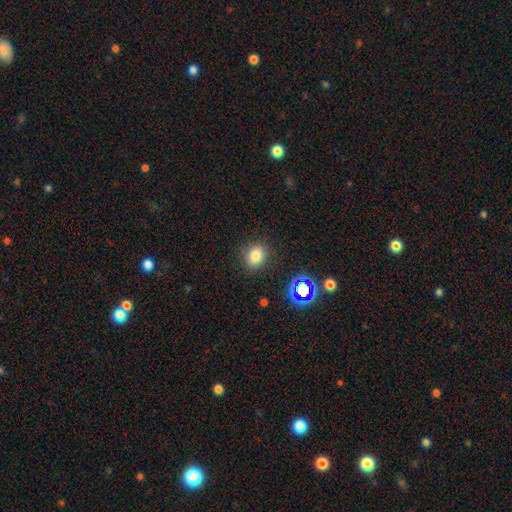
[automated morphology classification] Q: Smooth or featured?
A: smooth (77%); runner-up: star or artifact (15%)
Q: How rounded?
A: round (55%); runner-up: in between (43%)
Q: Merging?
A: none (84%); runner-up: minor disturbance (11%)